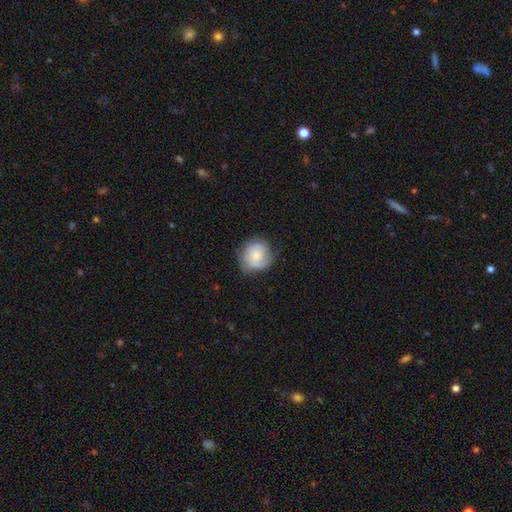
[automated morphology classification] Smooth or featured? smooth (58%)
How rounded? round (84%)
Merging? none (69%)